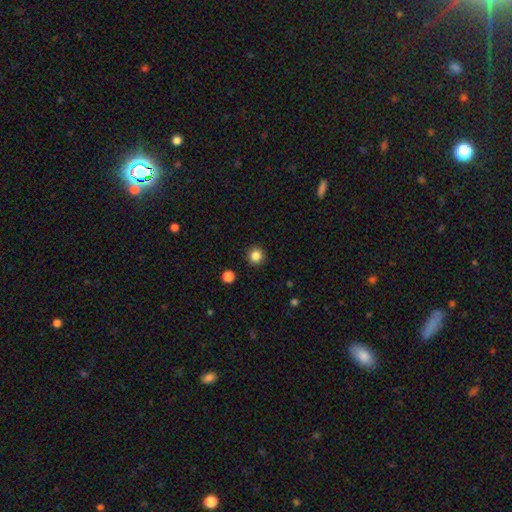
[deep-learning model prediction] Morphology: type=smooth (84%); roundness=round (94%); merging=none (92%).